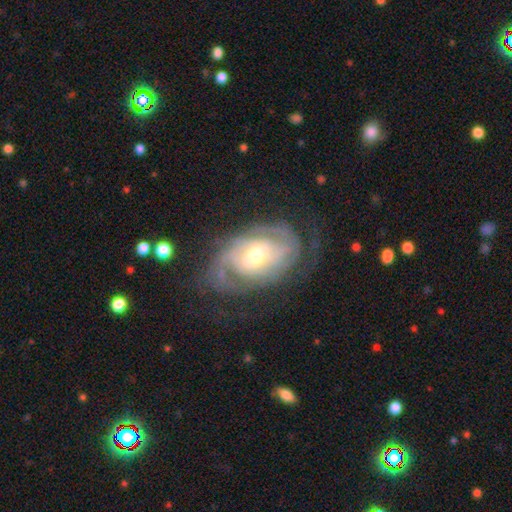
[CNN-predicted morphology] smooth-or-featured: featured or disk: 86% | smooth: 8% | star or artifact: 5%
  disk-edge-on: no: 96% | yes: 4%
    bar: weak: 48% | no: 34% | strong: 18%
    has-spiral-arms: yes: 94% | no: 6%
      spiral-winding: tight: 60% | medium: 31% | loose: 9%
      spiral-arm-count: 2: 40% | can't tell: 30% | 3: 15% | 4: 6% | 1: 5% | more than 4: 4%
    bulge-size: moderate: 56% | small: 36% | large: 6% | none: 1% | dominant: 1%
  merging: none: 66% | minor disturbance: 19% | major disturbance: 13% | merger: 2%